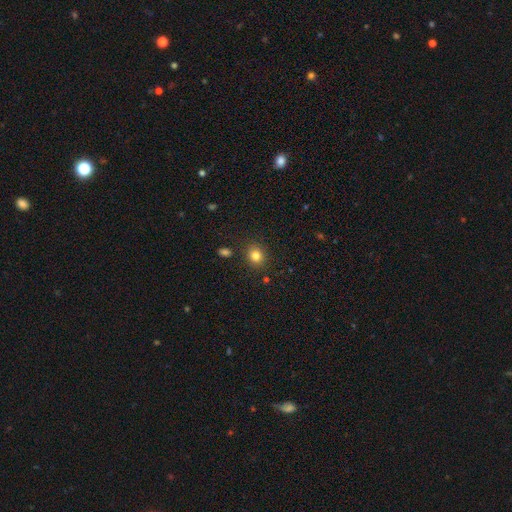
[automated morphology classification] This is clearly a smooth galaxy (82%). How rounded: likely round (67%). Merging: clearly none (85%).